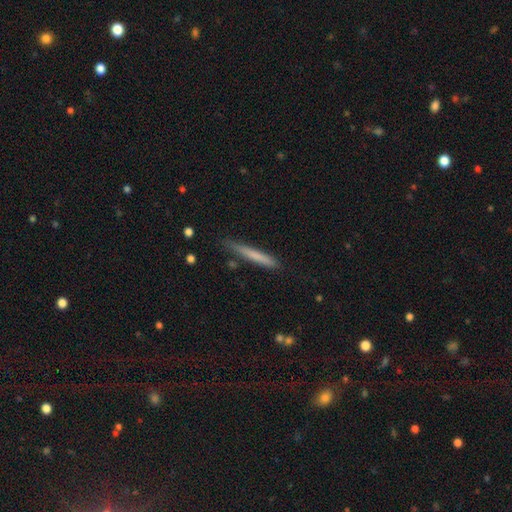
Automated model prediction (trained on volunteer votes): smooth 67%, featured or disk 27%, star or artifact 6%. Down the decision tree: how rounded — cigar-shaped (96%); merging — none (80%).